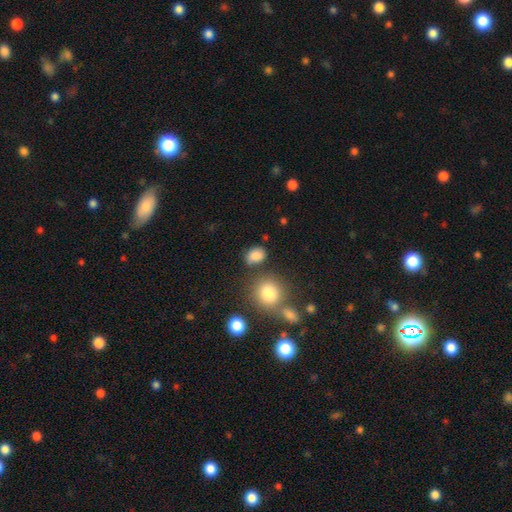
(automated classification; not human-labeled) Overall: smooth (83%). How rounded: in between (60%; round 39%). Merging: none (71%).